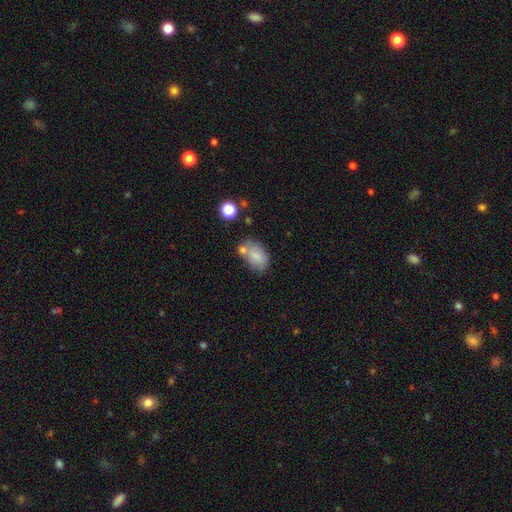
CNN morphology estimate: Q: Smooth or featured?
A: smooth (77%); runner-up: featured or disk (15%)
Q: How rounded?
A: in between (86%); runner-up: round (12%)
Q: Merging?
A: none (50%); runner-up: merger (24%)